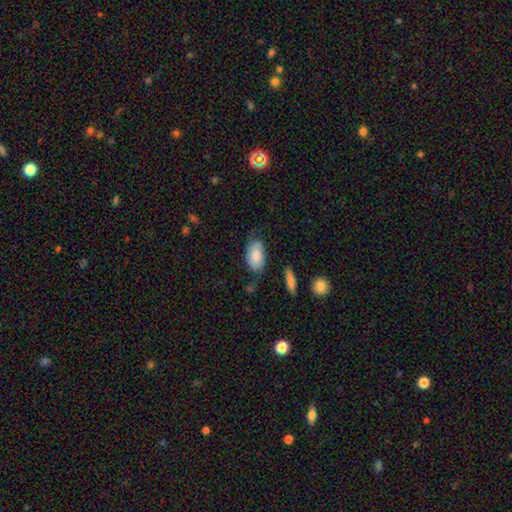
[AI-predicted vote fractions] The model was most divided on "merging": none: 52%, minor disturbance: 30%, major disturbance: 14%, merger: 4%. More confident: how rounded — in between (93%); smooth or featured — smooth (69%).